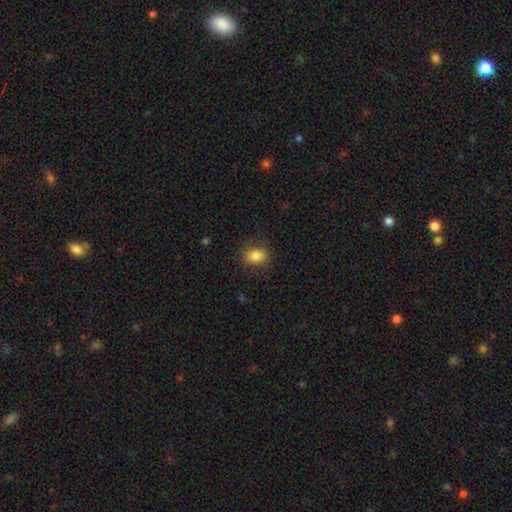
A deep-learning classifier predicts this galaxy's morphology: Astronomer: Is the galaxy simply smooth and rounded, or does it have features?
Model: smooth — 85%.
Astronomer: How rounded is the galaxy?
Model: in between — 71%.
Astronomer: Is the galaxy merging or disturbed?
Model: none — 82%.